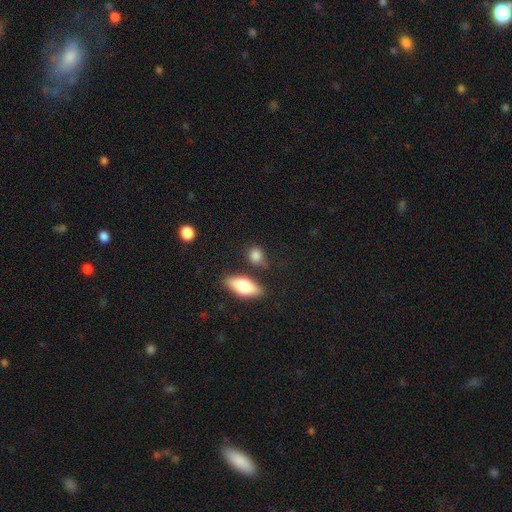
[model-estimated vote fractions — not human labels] Overall: smooth (82%). How rounded: in between (53%; round 42%). Merging: none (67%).